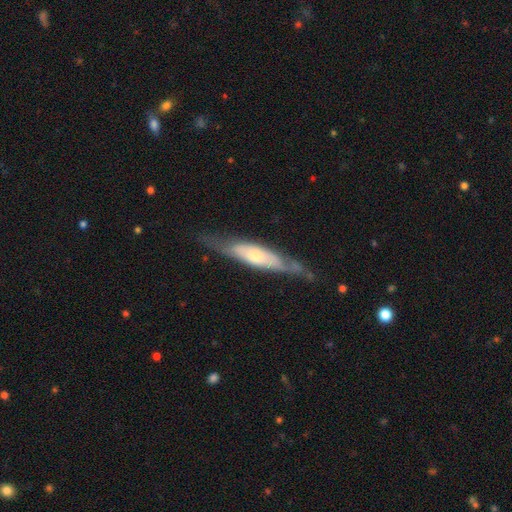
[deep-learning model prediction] smooth_or_featured: featured or disk (p=0.60) [alt: smooth p=0.34]
disk_edge_on: yes (p=0.61) [alt: no p=0.39]
merging: none (p=0.64) [alt: minor disturbance p=0.23]